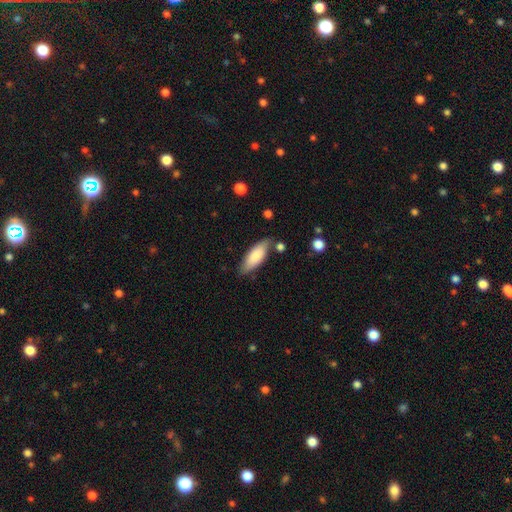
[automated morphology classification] smooth 77%, featured or disk 17%, star or artifact 6%. Down the decision tree: how rounded — in between (68%); merging — none (74%).